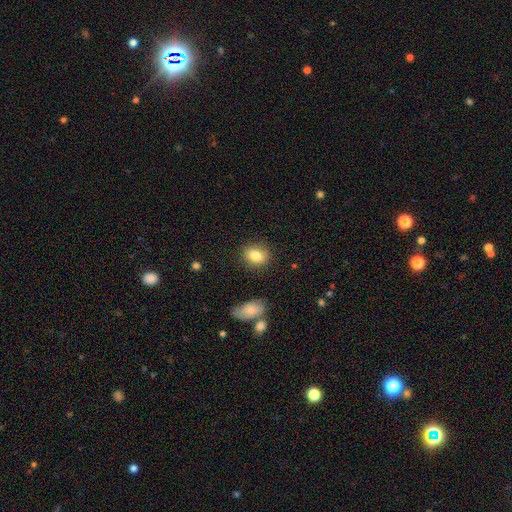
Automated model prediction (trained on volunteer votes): This appears to be a smooth galaxy with no disk features (83%) that is in between round and cigar-shaped (55%). Merging: none (84%).